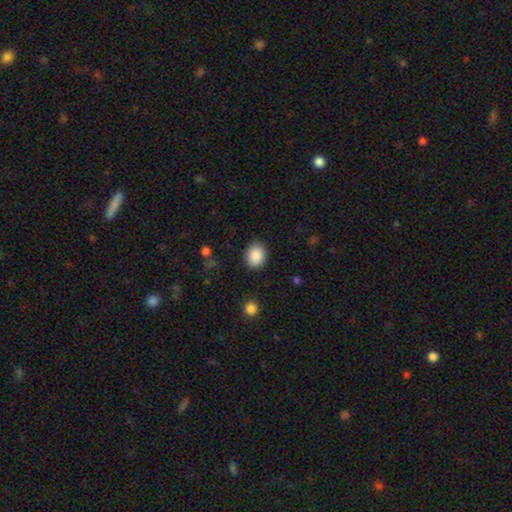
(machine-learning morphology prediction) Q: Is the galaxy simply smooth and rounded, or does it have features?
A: smooth — 89%.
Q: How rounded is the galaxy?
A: in between — 57%.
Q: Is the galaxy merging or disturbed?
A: none — 85%.